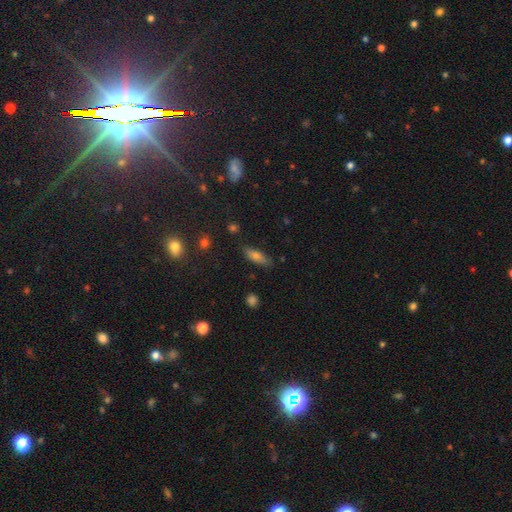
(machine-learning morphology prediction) Smooth or featured: smooth — 71% (featured or disk — 18%)
How rounded: in between — 61% (cigar-shaped — 35%)
Merging: none — 77% (minor disturbance — 17%)